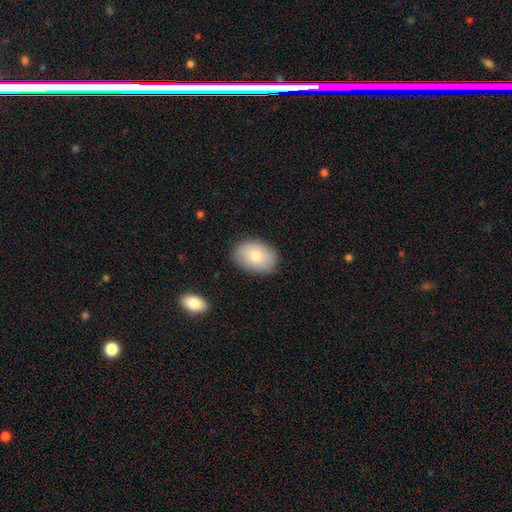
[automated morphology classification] The model was most divided on "smooth or featured": smooth: 79%, featured or disk: 15%, star or artifact: 6%. More confident: merging — none (84%); how rounded — in between (83%).